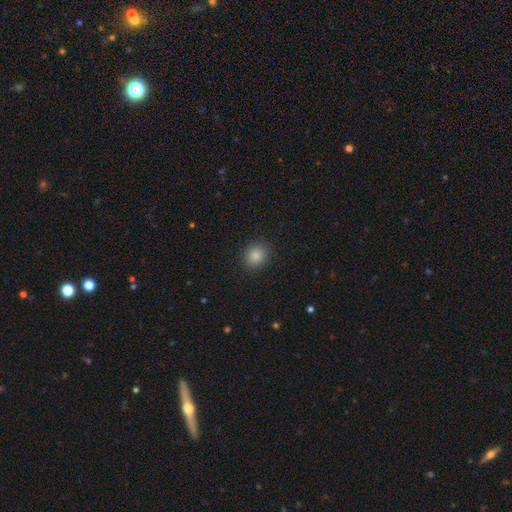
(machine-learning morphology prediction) The model was most divided on "how rounded": round: 78%, in between: 21%, cigar-shaped: 1%. More confident: merging — none (90%); smooth or featured — smooth (85%).